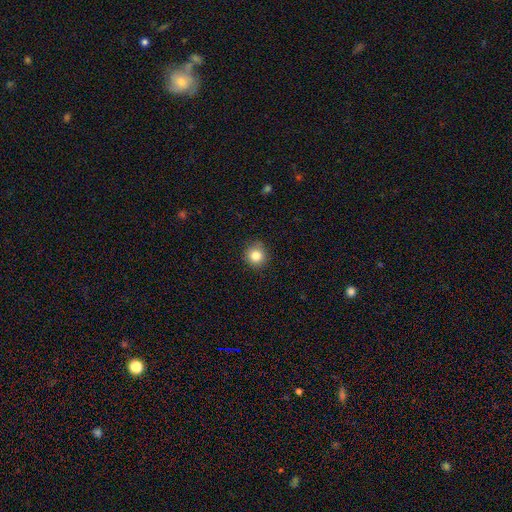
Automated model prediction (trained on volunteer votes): smooth_or_featured: smooth (p=0.82) [alt: star or artifact p=0.11]
how_rounded: round (p=0.92) [alt: in between p=0.07]
merging: none (p=0.89) [alt: minor disturbance p=0.08]